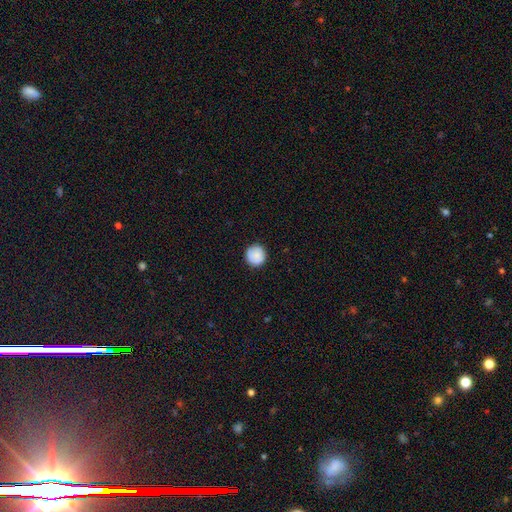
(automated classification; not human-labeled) smooth_or_featured: smooth (p=0.84) [alt: featured or disk p=0.08]
how_rounded: round (p=0.94) [alt: in between p=0.05]
merging: none (p=0.87) [alt: minor disturbance p=0.10]